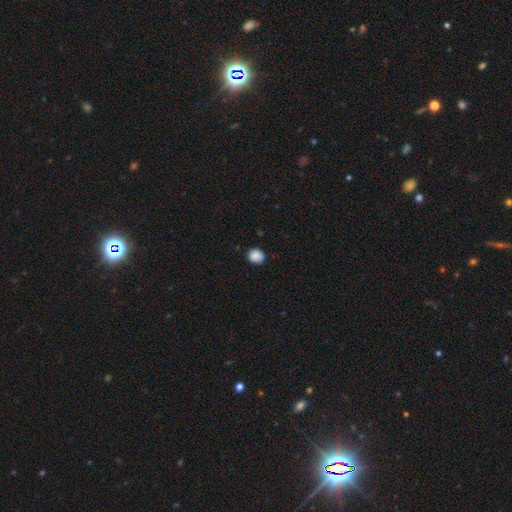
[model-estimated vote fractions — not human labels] Smooth or featured? Predicted: smooth (p=0.86). How rounded? Predicted: round (p=0.79). Merging? Predicted: none (p=0.82).